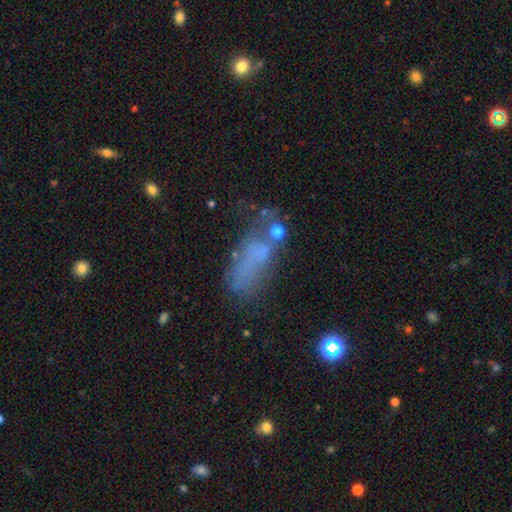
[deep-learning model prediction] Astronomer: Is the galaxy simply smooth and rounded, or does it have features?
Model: smooth — 49% (runner-up: featured or disk, 31%).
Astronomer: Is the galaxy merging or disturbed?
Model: major disturbance — 33% (runner-up: none, 30%).